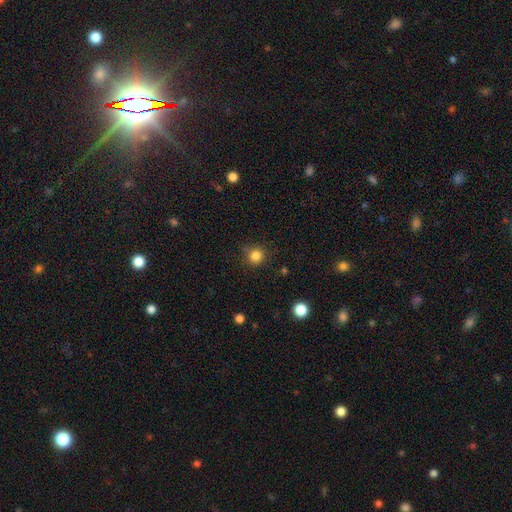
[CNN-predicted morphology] smooth 83%, star or artifact 12%, featured or disk 4%. Down the decision tree: how rounded — round (93%); merging — none (83%).